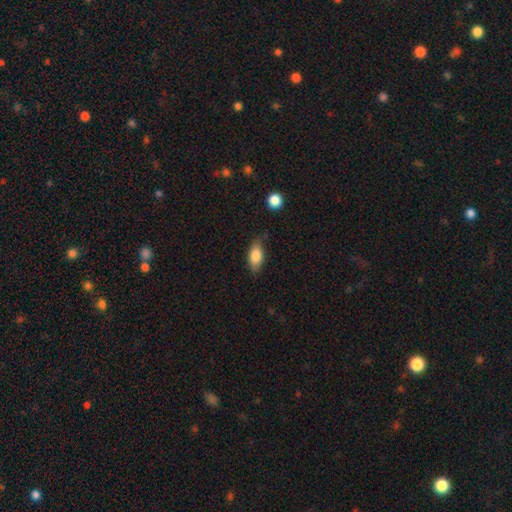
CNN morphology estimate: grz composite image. It shows a smooth galaxy with no disk features (80%) that is in between round and cigar-shaped (86%). Merging: none (76%).